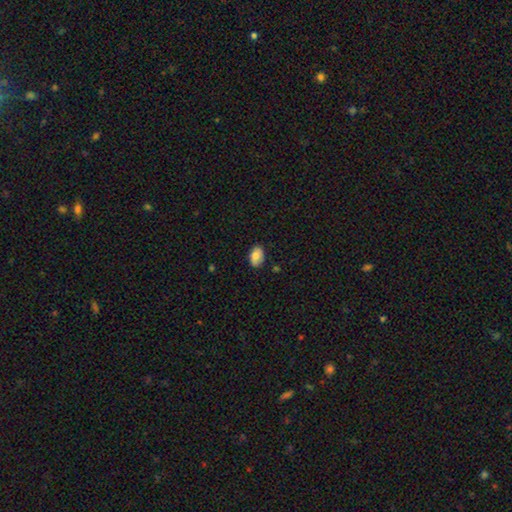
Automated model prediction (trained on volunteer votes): Q: Smooth or featured?
A: smooth (80%); runner-up: featured or disk (13%)
Q: How rounded?
A: in between (89%); runner-up: round (10%)
Q: Merging?
A: none (83%); runner-up: minor disturbance (13%)